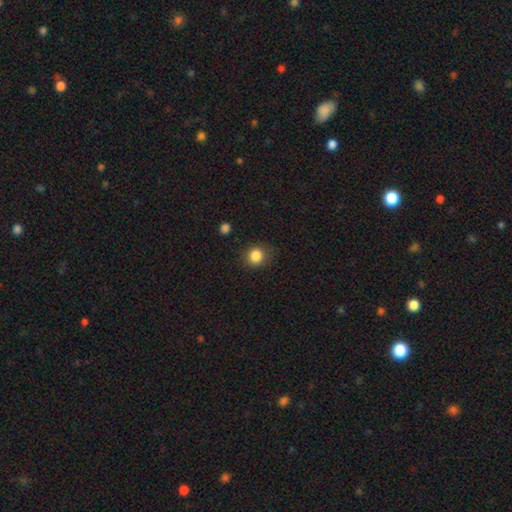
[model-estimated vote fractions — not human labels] Morphology: type=smooth (85%); roundness=round (78%); merging=none (80%).